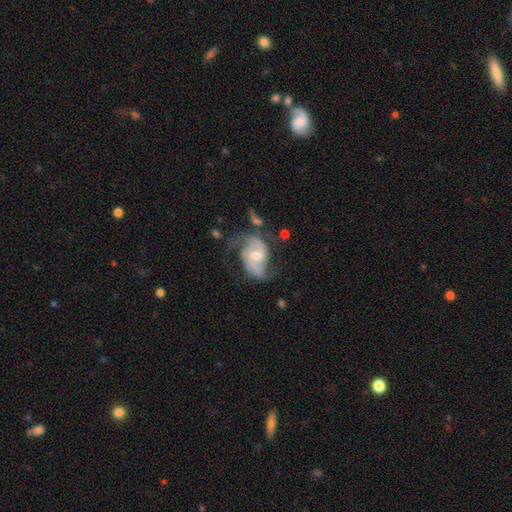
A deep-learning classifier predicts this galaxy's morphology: Smooth or featured: featured or disk — 83% (smooth — 11%)
Edge-on disk: no — 97% (yes — 3%)
Bar: no — 51% (weak — 38%)
Spiral arms: yes — 94% (no — 6%)
Spiral winding: medium — 45% (loose — 37%)
Spiral arm count: 2 — 84% (can't tell — 7%)
Bulge size: moderate — 59% (small — 35%)
Merging: none — 52% (minor disturbance — 23%)